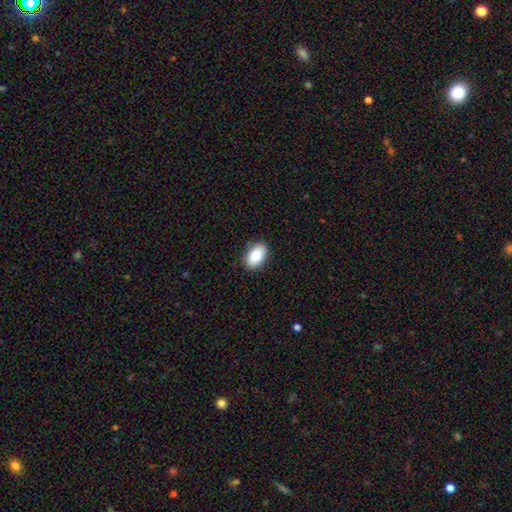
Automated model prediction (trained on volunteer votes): Smooth or featured: smooth — 87% (star or artifact — 7%)
How rounded: in between — 92% (round — 7%)
Merging: none — 88% (minor disturbance — 9%)